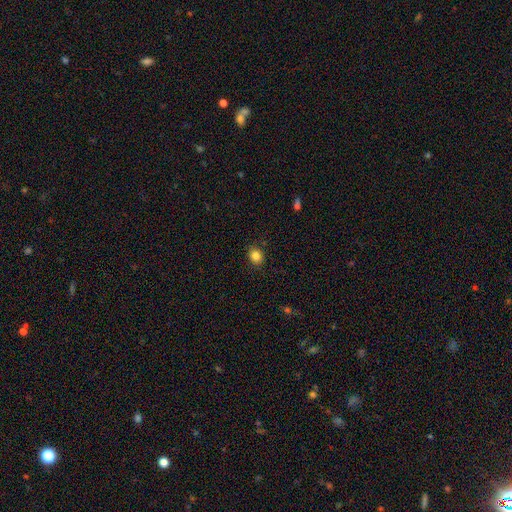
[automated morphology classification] This appears to be a smooth galaxy with no disk features (84%) that is round (60%). Merging: none (88%).